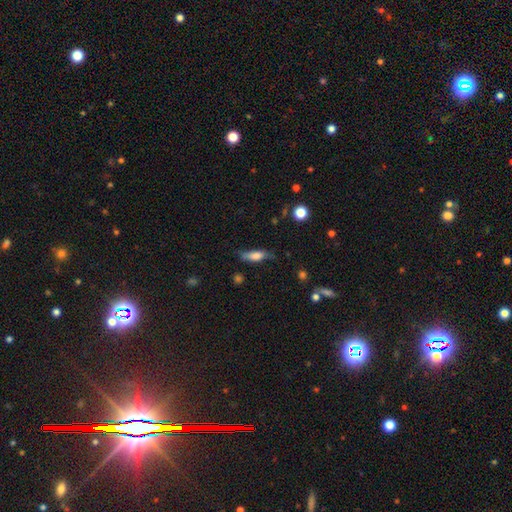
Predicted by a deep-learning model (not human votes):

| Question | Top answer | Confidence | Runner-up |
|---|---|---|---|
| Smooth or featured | smooth | 67% | featured or disk (25%) |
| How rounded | cigar-shaped | 51% | in between (46%) |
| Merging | none | 64% | minor disturbance (26%) |